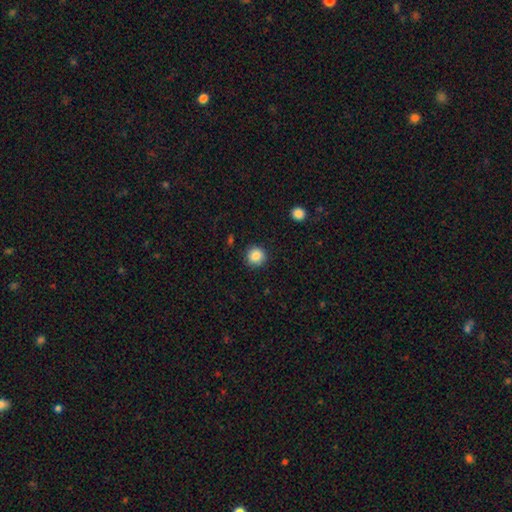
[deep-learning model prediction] smooth_or_featured: smooth (p=0.87) [alt: star or artifact p=0.09]
how_rounded: round (p=0.93) [alt: in between p=0.06]
merging: none (p=0.90) [alt: minor disturbance p=0.07]